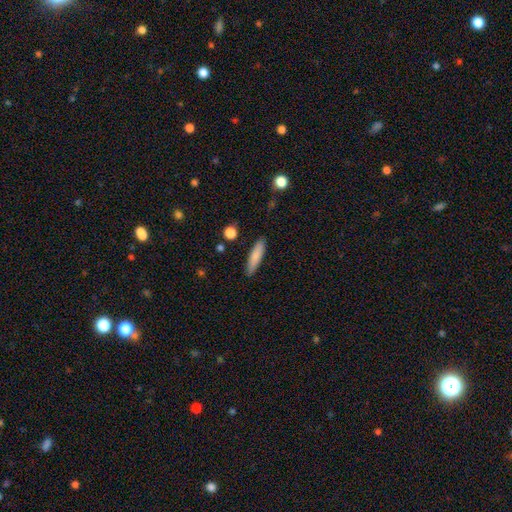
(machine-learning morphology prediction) smooth_or_featured: smooth (p=0.81) [alt: featured or disk p=0.12]
how_rounded: cigar-shaped (p=0.78) [alt: in between p=0.21]
merging: none (p=0.87) [alt: minor disturbance p=0.09]